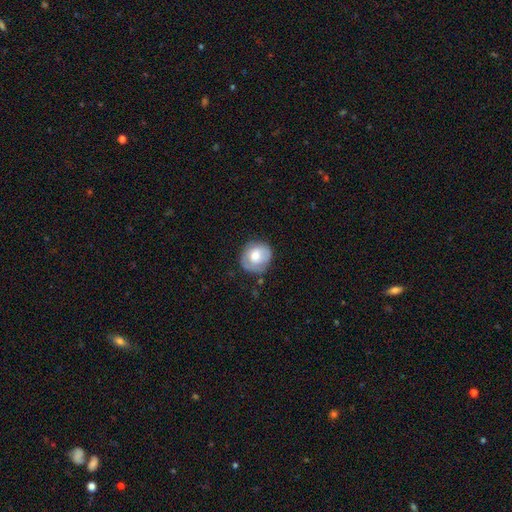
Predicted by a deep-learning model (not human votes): Overall: smooth (60%; featured or disk 33%). How rounded: round (79%). Merging: none (67%).